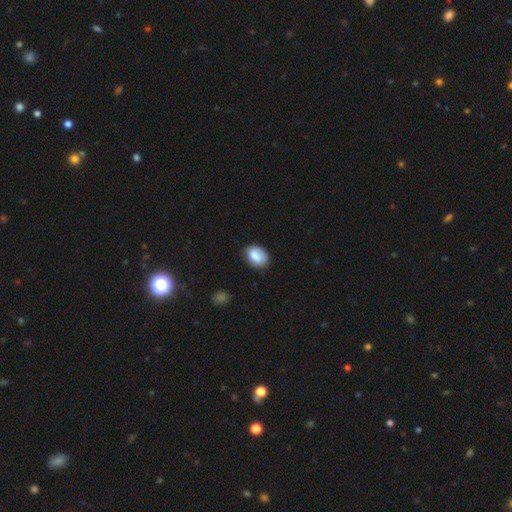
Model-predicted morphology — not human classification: This appears to be a smooth galaxy with no disk features (81%) that is in between round and cigar-shaped (81%). Merging: none (75%).